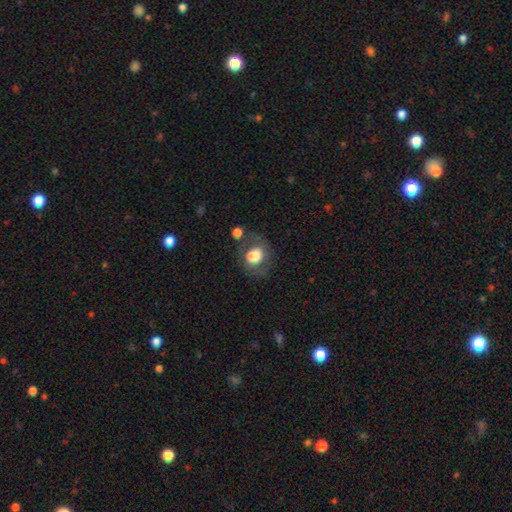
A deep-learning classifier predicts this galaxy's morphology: A smooth galaxy with no disk features (67%) that is round (58%).

Vote fractions:
- Smooth or featured? smooth: 67% / featured or disk: 23% / star or artifact: 9%
- How rounded? round: 58% / in between: 41% / cigar-shaped: 1%
- Merging? none: 49% / minor disturbance: 19% / merger: 18% / major disturbance: 14%